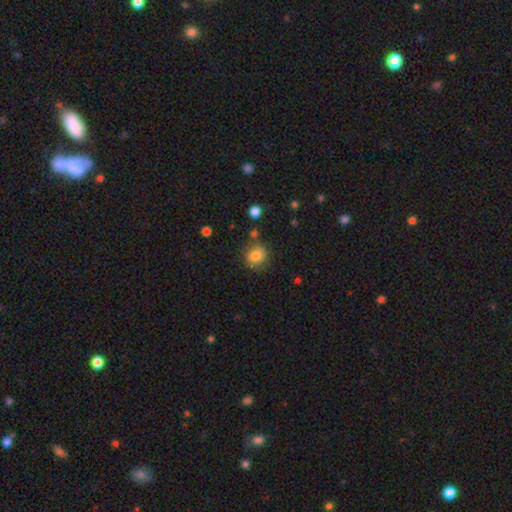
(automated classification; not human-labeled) Smooth or featured? smooth (82%)
How rounded? round (83%)
Merging? none (78%)